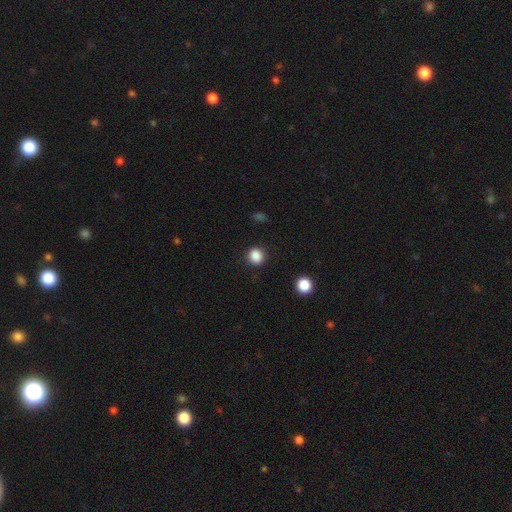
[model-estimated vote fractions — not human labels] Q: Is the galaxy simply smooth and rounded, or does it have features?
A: smooth — 87%.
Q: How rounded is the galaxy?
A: round — 86%.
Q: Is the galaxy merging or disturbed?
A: none — 90%.